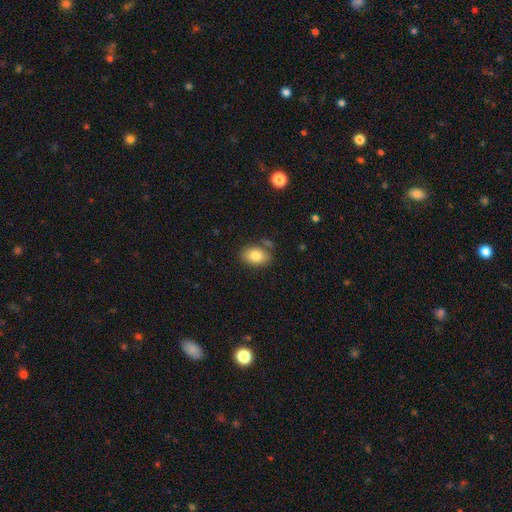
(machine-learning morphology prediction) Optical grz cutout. It shows a smooth galaxy with no disk features (84%) that is in between round and cigar-shaped (83%). Merging: none (76%).